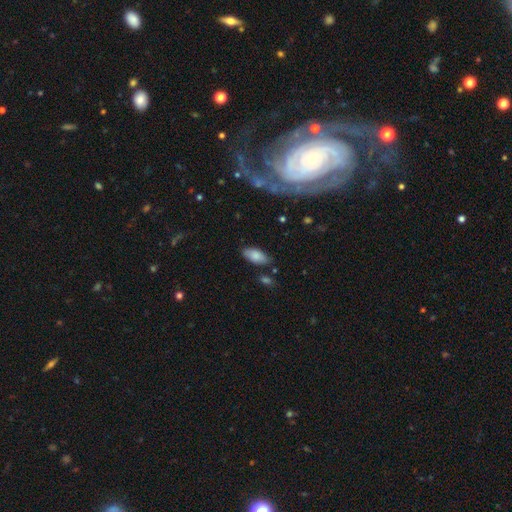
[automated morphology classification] smooth-or-featured: smooth: 83% | featured or disk: 10% | star or artifact: 7%
  how-rounded: in between: 89% | cigar-shaped: 9% | round: 2%
  merging: none: 80% | minor disturbance: 14% | major disturbance: 3% | merger: 3%